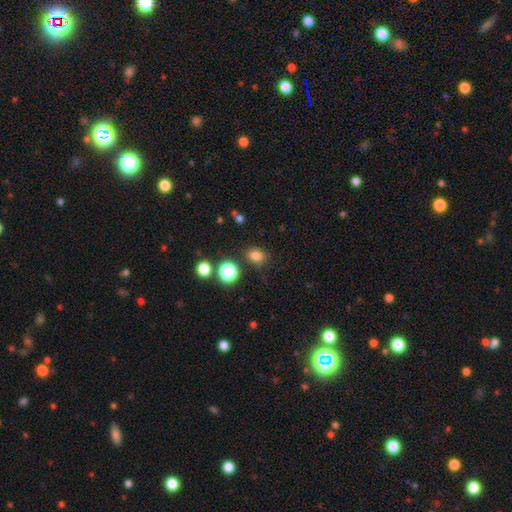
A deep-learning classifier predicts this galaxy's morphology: smooth 79%, star or artifact 16%, featured or disk 5%. Down the decision tree: how rounded — in between (50%); merging — none (78%).